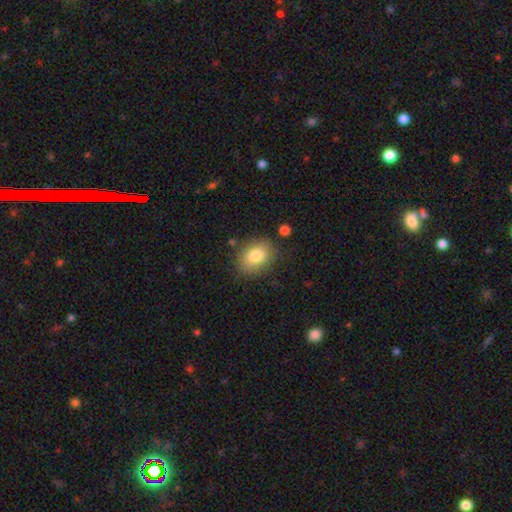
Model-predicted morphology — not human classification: This is clearly a smooth galaxy (81%). How rounded: possibly in between (58%). Merging: likely none (79%).